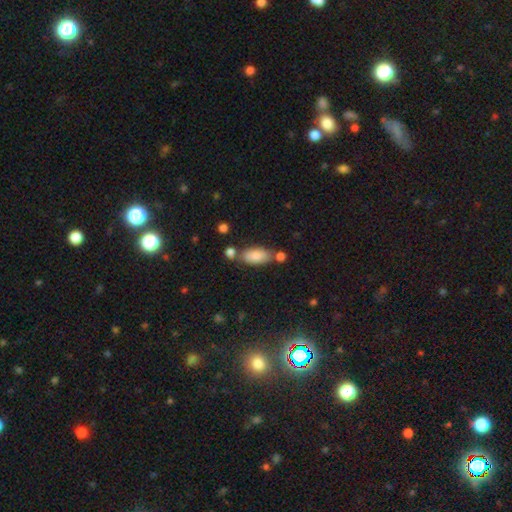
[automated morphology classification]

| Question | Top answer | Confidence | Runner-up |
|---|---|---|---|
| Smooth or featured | smooth | 82% | featured or disk (11%) |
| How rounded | in between | 89% | cigar-shaped (8%) |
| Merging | none | 64% | merger (17%) |